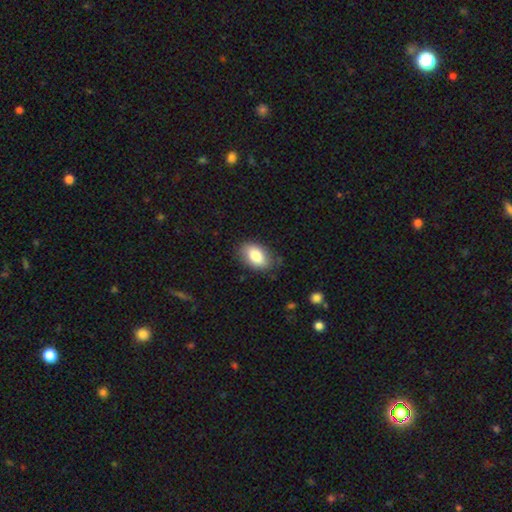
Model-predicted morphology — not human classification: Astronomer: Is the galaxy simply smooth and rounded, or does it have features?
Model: smooth — 81%.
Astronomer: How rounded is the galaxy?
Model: in between — 89%.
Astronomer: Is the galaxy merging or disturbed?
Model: none — 79%.